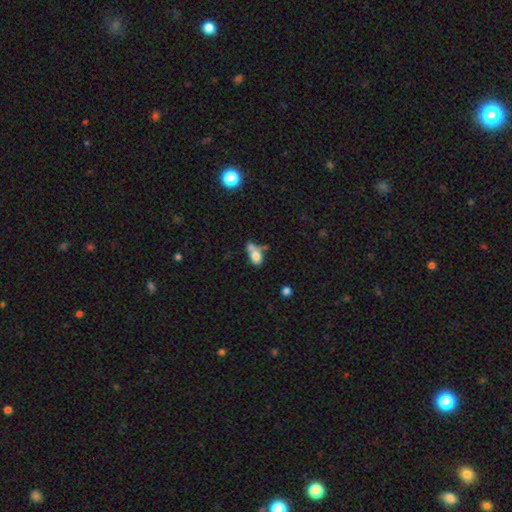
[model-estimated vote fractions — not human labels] Smooth or featured? Predicted: smooth (p=0.74). How rounded? Predicted: in between (p=0.77). Merging? Predicted: merger (p=0.49).